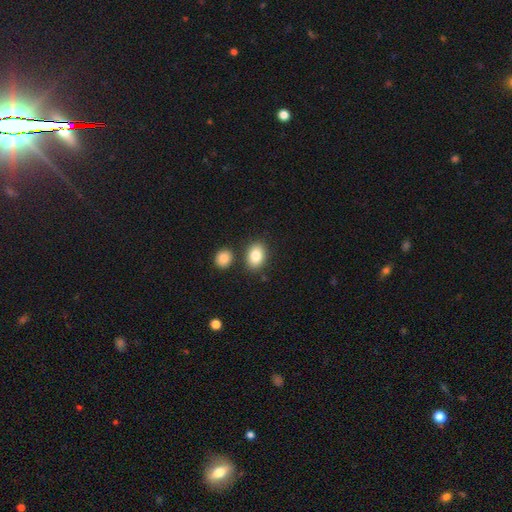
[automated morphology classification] A smooth galaxy with no disk features (84%) that is in between round and cigar-shaped (80%). Merging: none (78%).